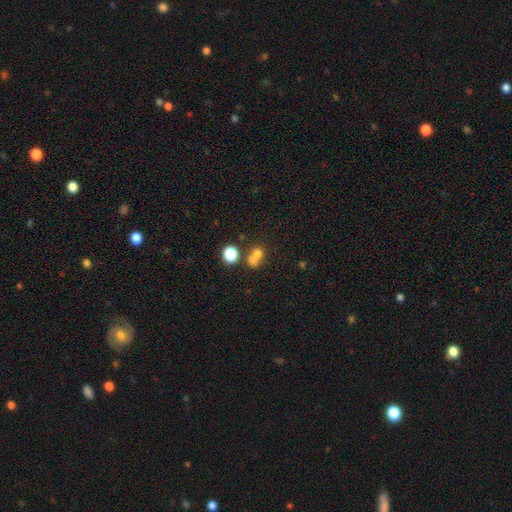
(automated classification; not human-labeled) Smooth or featured? Predicted: smooth (p=0.69). How rounded? Predicted: round (p=0.75). Merging? Predicted: merger (p=0.50).